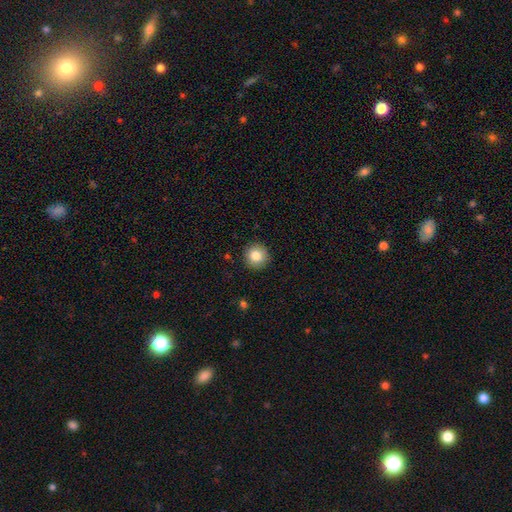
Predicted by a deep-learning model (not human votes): Q: Smooth or featured?
A: smooth (83%); runner-up: star or artifact (9%)
Q: How rounded?
A: round (94%); runner-up: in between (5%)
Q: Merging?
A: none (91%); runner-up: minor disturbance (6%)